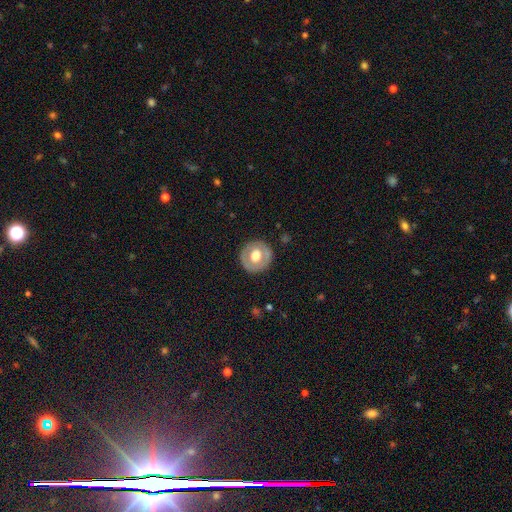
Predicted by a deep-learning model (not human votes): Morphology: type=smooth (52%); roundness=round (90%); merging=none (86%).